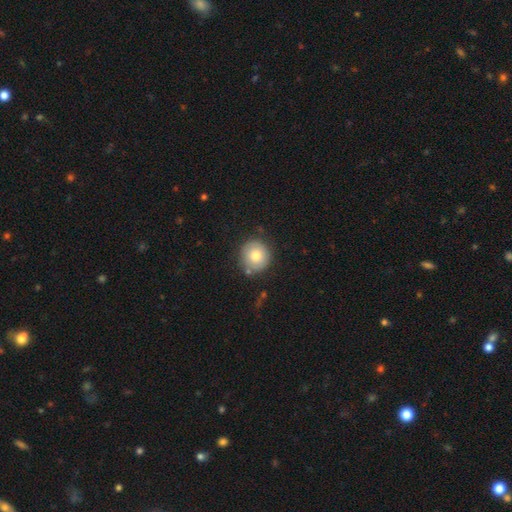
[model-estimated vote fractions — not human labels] This is likely a smooth galaxy (75%). How rounded: clearly round (90%). Merging: likely none (80%).